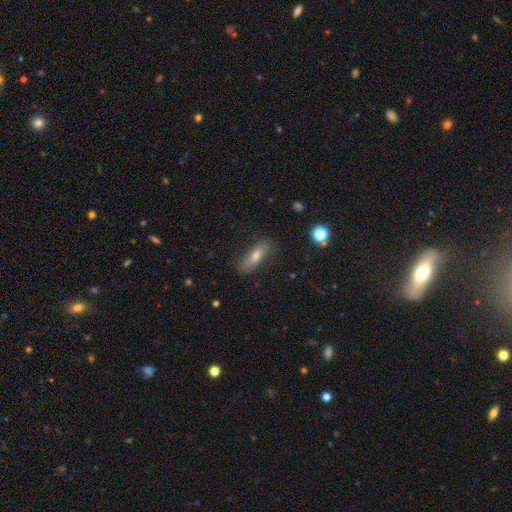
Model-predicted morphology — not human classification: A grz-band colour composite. It shows a smooth galaxy with no disk features (59%) that is cigar-shaped (59%). Merging: none (82%).